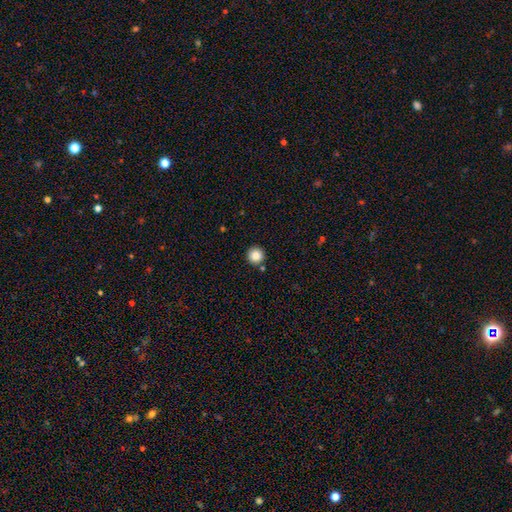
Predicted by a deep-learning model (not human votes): Smooth or featured?
  - smooth: 86% *
  - star or artifact: 10%
  - featured or disk: 5%
How rounded?
  - round: 96% *
  - in between: 3%
  - cigar-shaped: 1%
Merging?
  - none: 89% *
  - minor disturbance: 6%
  - merger: 3%
  - major disturbance: 2%